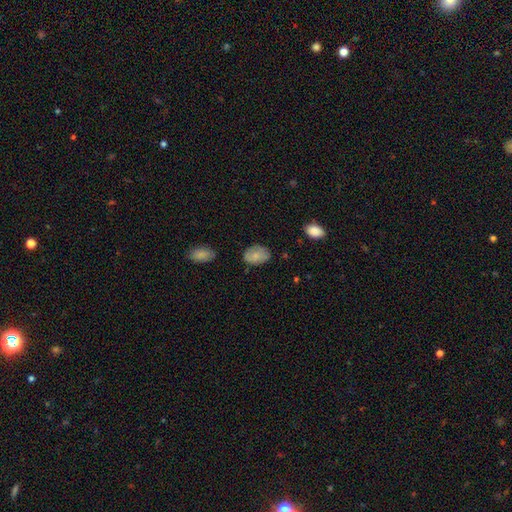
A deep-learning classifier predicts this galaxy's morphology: Smooth or featured? smooth (76%)
How rounded? in between (83%)
Merging? none (71%)